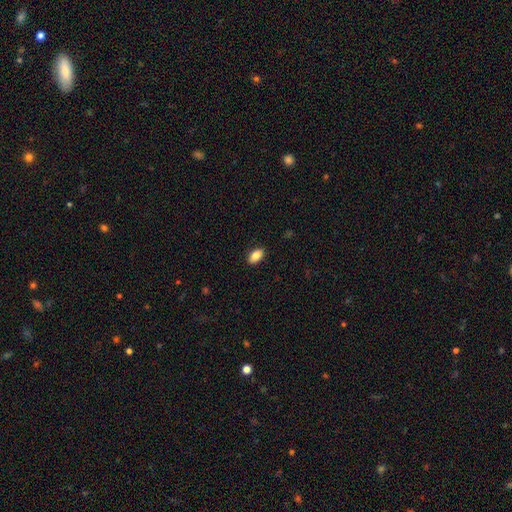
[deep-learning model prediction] Morphology: type=smooth (85%); roundness=in between (91%); merging=none (89%).